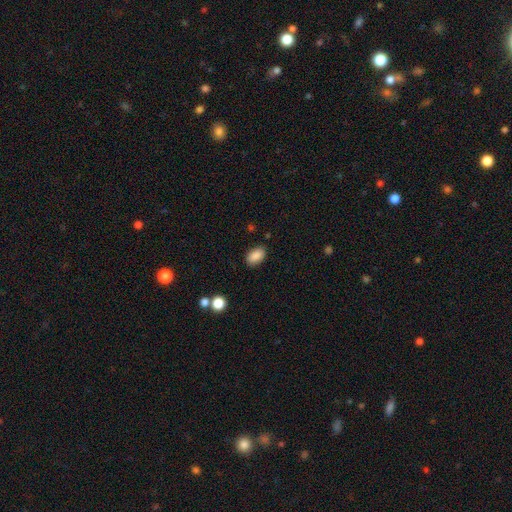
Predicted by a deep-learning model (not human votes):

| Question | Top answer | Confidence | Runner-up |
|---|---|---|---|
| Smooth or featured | smooth | 88% | star or artifact (8%) |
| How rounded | in between | 91% | round (7%) |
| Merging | none | 86% | minor disturbance (10%) |